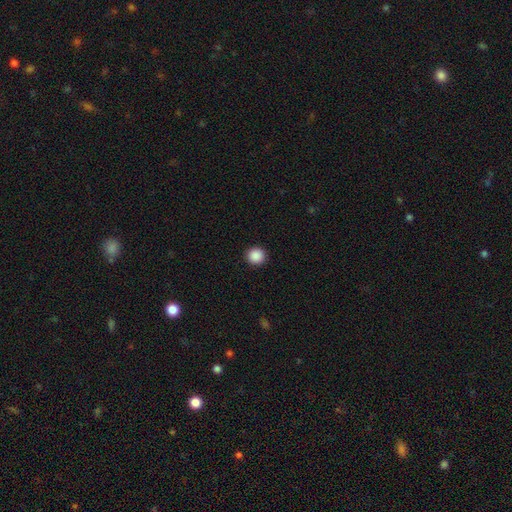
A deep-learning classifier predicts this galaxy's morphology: Smooth or featured?
  - smooth: 89% *
  - star or artifact: 9%
  - featured or disk: 2%
How rounded?
  - round: 93% *
  - in between: 6%
  - cigar-shaped: 1%
Merging?
  - none: 93% *
  - minor disturbance: 5%
  - major disturbance: 2%
  - merger: 1%